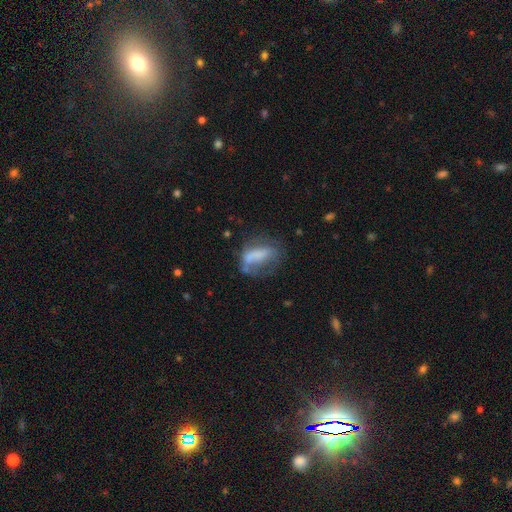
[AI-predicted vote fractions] This is possibly a smooth galaxy (55%). How rounded: likely in between (74%). Merging: marginally none (35%).